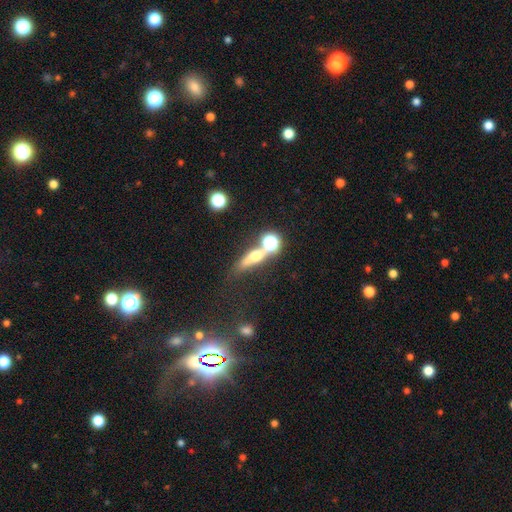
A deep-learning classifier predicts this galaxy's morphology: smooth-or-featured: smooth: 46% | featured or disk: 37% | star or artifact: 17%
  merging: none: 50% | merger: 28% | minor disturbance: 13% | major disturbance: 9%